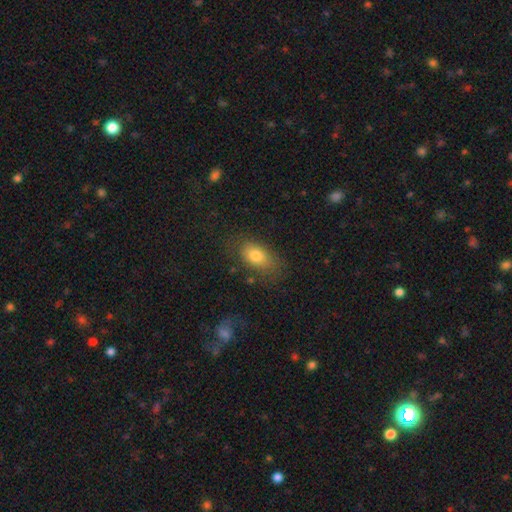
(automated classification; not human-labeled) Smooth or featured? smooth (77%)
How rounded? in between (88%)
Merging? none (67%)